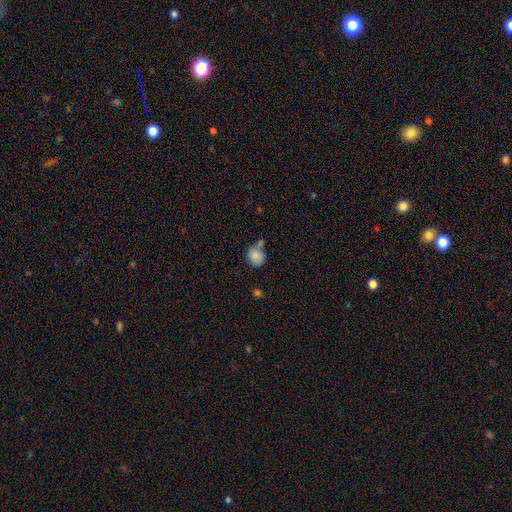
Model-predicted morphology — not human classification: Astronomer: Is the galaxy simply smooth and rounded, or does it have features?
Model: smooth — 86%.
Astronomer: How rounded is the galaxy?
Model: round — 75%.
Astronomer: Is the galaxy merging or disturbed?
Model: none — 53%.